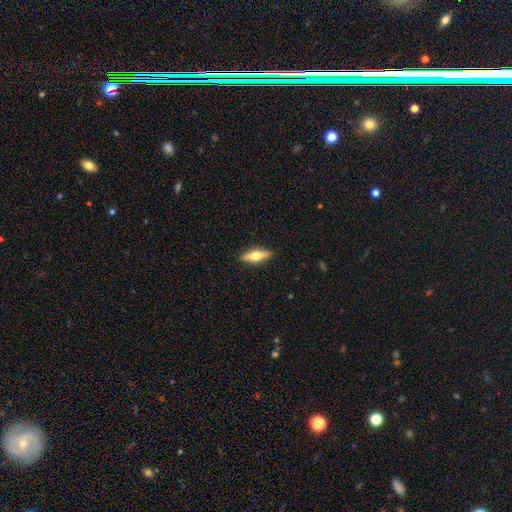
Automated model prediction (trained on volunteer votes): The model was most divided on "smooth or featured": featured or disk: 49%, smooth: 45%, star or artifact: 6%. More confident: merging — none (90%).